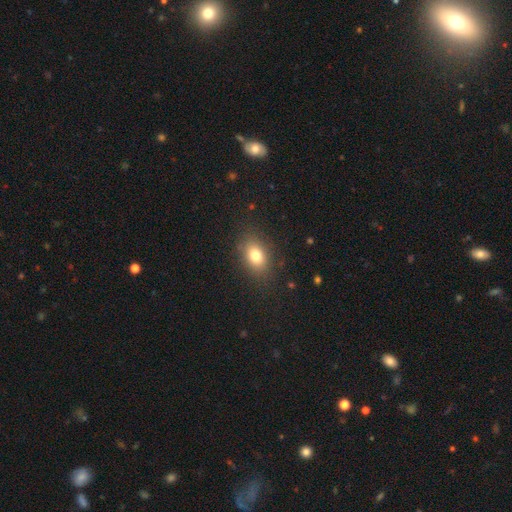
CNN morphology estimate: Smooth or featured?
  - smooth: 78% *
  - star or artifact: 11%
  - featured or disk: 11%
How rounded?
  - in between: 73% *
  - round: 25%
  - cigar-shaped: 2%
Merging?
  - none: 85% *
  - minor disturbance: 10%
  - major disturbance: 4%
  - merger: 1%